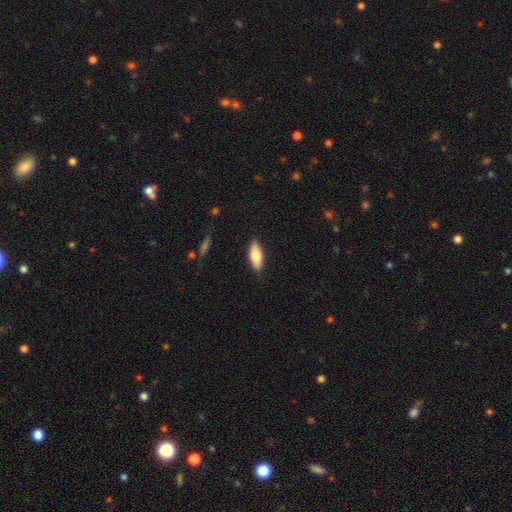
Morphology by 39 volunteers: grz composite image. It shows a smooth galaxy with no disk features (85%) that is in between round and cigar-shaped (67%). Merging: none (85%).